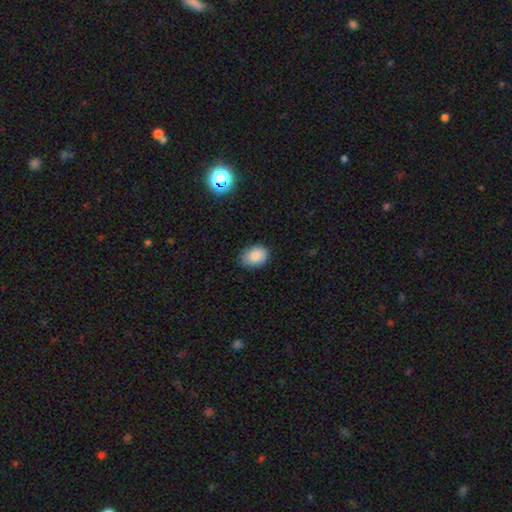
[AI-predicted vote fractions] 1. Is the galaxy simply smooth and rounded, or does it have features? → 85% smooth, 9% star or artifact, 7% featured or disk.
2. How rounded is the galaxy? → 66% in between, 33% round, 1% cigar-shaped.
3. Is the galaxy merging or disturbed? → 78% none, 18% minor disturbance, 3% major disturbance, 1% merger.